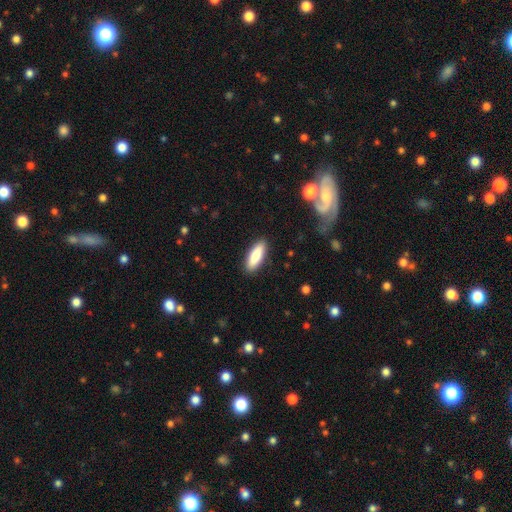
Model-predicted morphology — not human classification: A smooth galaxy with no disk features (83%) that is in between round and cigar-shaped (59%).

Vote fractions:
- Smooth or featured? smooth: 83% / featured or disk: 11% / star or artifact: 6%
- How rounded? in between: 59% / cigar-shaped: 39% / round: 2%
- Merging? none: 89% / minor disturbance: 8% / major disturbance: 2% / merger: 1%